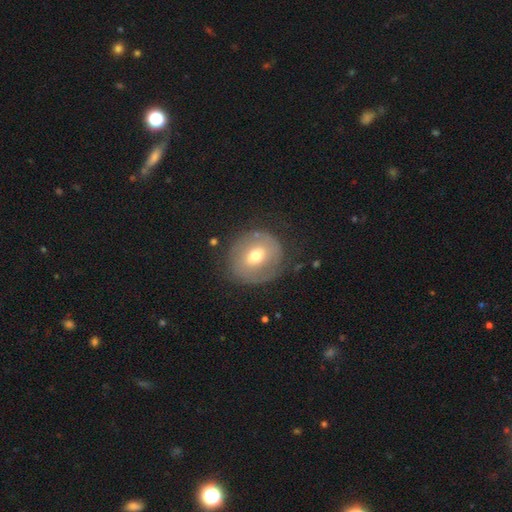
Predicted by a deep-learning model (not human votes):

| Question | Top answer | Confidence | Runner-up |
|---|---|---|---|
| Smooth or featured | smooth | 47% | featured or disk (45%) |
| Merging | none | 75% | minor disturbance (16%) |